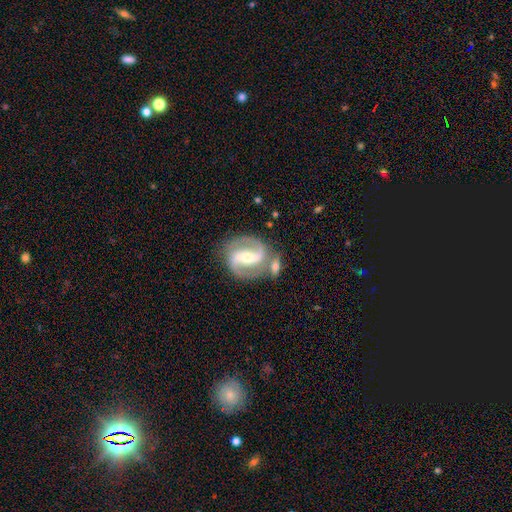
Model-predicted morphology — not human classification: This appears to be a featured or disk galaxy (88%) with a strong bar (59%), 2 (93%) medium (56%) spiral arms (97%) and a moderate central bulge (49%). Merging: none (68%).